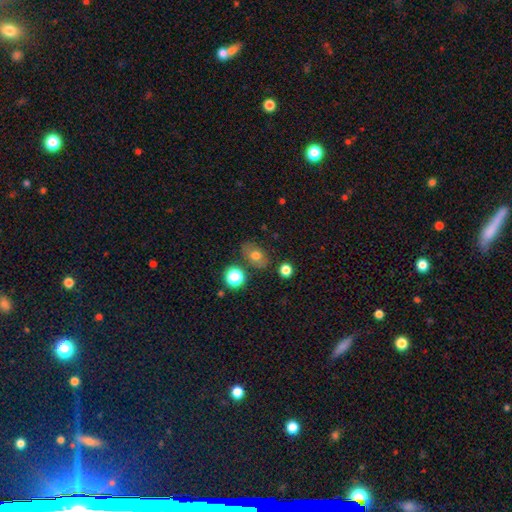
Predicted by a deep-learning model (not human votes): smooth-or-featured: smooth: 69% | featured or disk: 17% | star or artifact: 14%
  how-rounded: in between: 74% | round: 24% | cigar-shaped: 2%
  merging: none: 76% | minor disturbance: 14% | merger: 6% | major disturbance: 4%